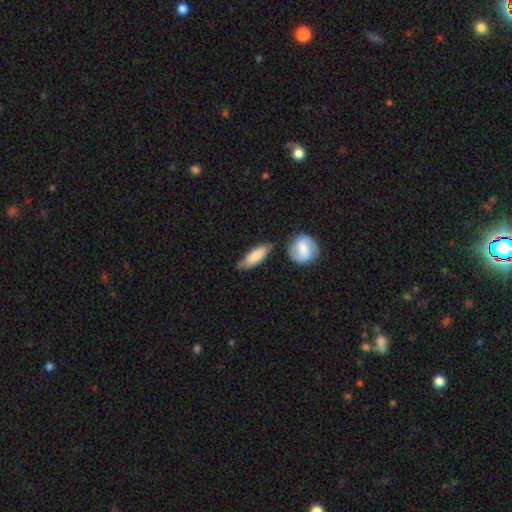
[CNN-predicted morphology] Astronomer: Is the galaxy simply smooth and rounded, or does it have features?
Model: smooth — 75%.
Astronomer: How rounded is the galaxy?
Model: in between — 57% (runner-up: cigar-shaped, 40%).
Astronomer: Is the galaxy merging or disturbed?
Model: none — 66%.